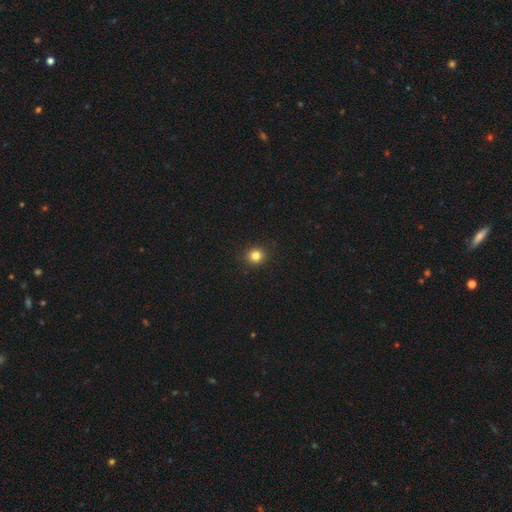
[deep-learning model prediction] Smooth or featured?
  - smooth: 82% *
  - star or artifact: 13%
  - featured or disk: 5%
How rounded?
  - round: 89% *
  - in between: 10%
  - cigar-shaped: 1%
Merging?
  - none: 92% *
  - minor disturbance: 5%
  - major disturbance: 2%
  - merger: 1%